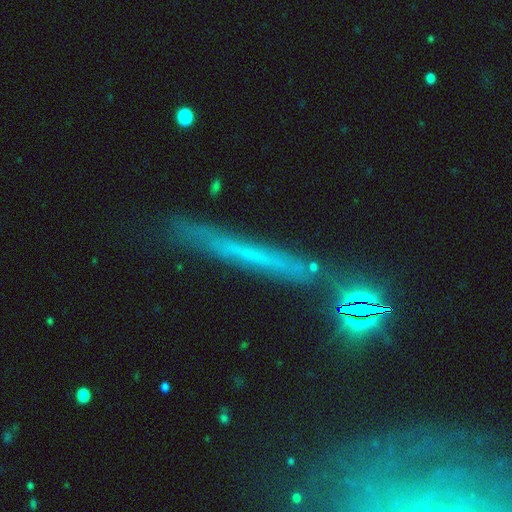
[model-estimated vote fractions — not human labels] A featured or disk galaxy (53%) viewed edge-on (78%). Merging: none (78%).